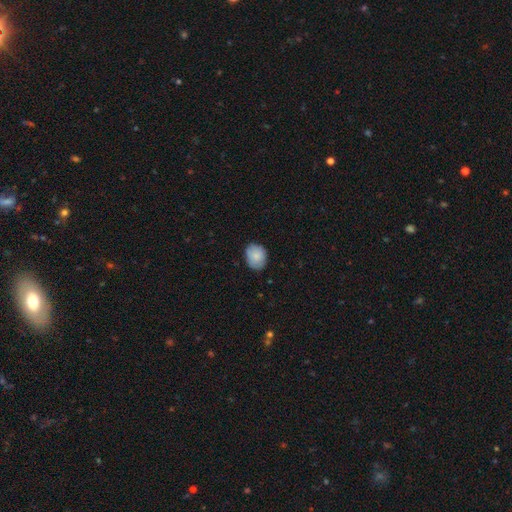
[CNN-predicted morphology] Overall: smooth (84%). How rounded: in between (55%; round 44%). Merging: none (75%).